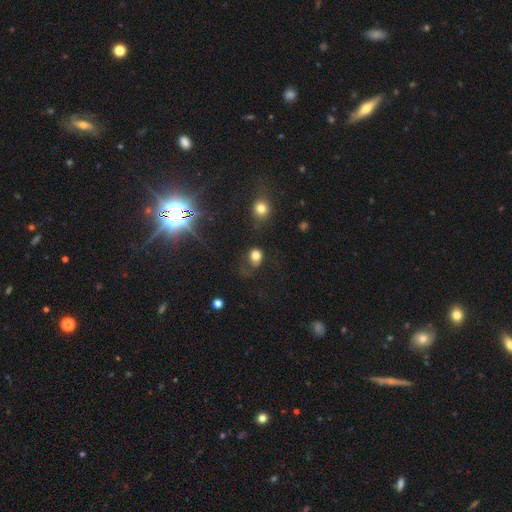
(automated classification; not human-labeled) Q: Smooth or featured?
A: smooth (75%); runner-up: star or artifact (15%)
Q: How rounded?
A: round (60%); runner-up: in between (38%)
Q: Merging?
A: none (48%); runner-up: minor disturbance (24%)